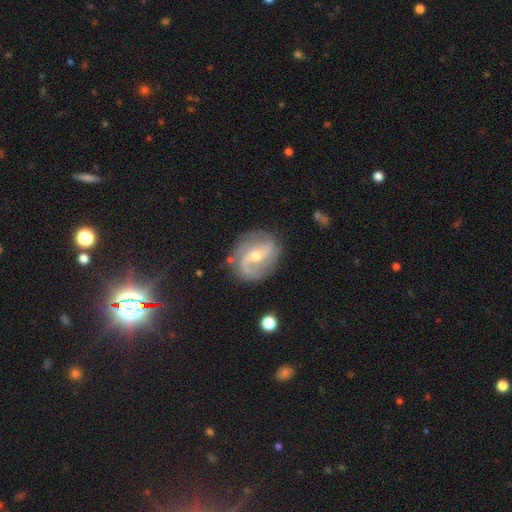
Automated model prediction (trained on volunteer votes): Morphology: type=featured or disk (86%); edge-on=no (97%); bar=weak (43%); spiral arms=yes (96%); winding=medium (45%); arm count=2 (68%); bulge=moderate (55%); merging=none (75%).